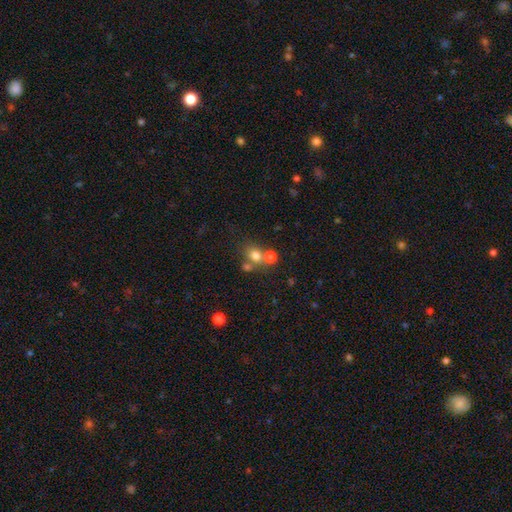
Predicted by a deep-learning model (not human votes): Smooth or featured: smooth — 73% (star or artifact — 15%)
How rounded: round — 67% (in between — 32%)
Merging: none — 47% (merger — 39%)